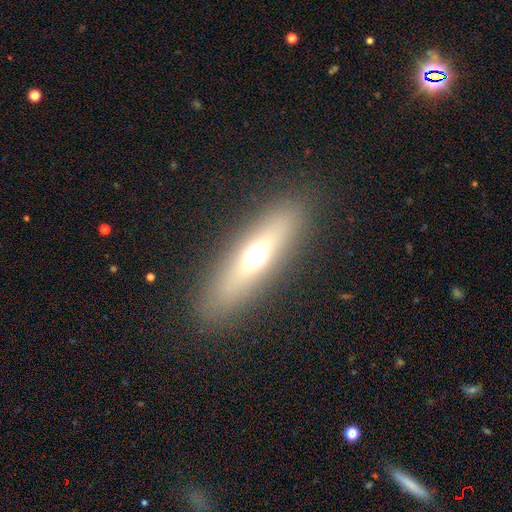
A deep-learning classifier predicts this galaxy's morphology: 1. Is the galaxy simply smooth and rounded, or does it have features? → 51% smooth, 37% featured or disk, 13% star or artifact.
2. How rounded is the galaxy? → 52% cigar-shaped, 43% in between, 5% round.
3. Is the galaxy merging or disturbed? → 87% none, 8% minor disturbance, 4% major disturbance, 1% merger.